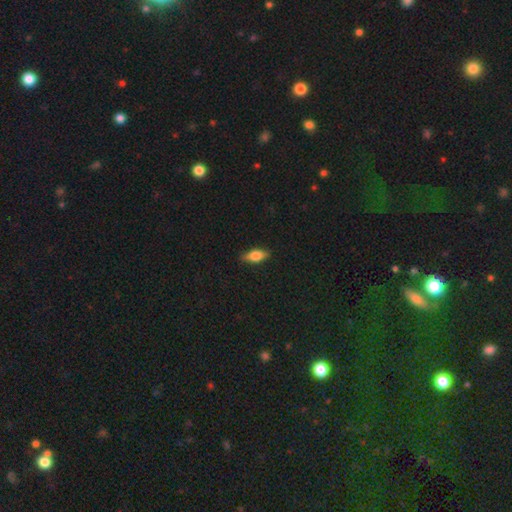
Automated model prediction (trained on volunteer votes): This appears to be a smooth galaxy with no disk features (64%) that is in between round and cigar-shaped (73%). Merging: none (85%).